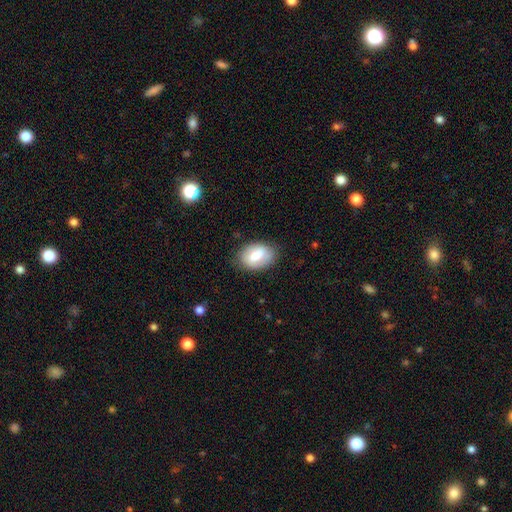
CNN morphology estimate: The model was most divided on "smooth or featured": smooth: 68%, featured or disk: 26%, star or artifact: 7%. More confident: how rounded — in between (83%); merging — none (79%).